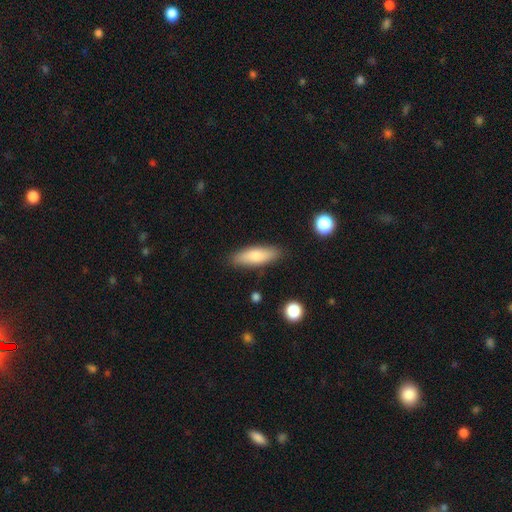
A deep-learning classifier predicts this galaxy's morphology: Overall: smooth (79%). How rounded: in between (51%; cigar-shaped 47%). Merging: none (86%).